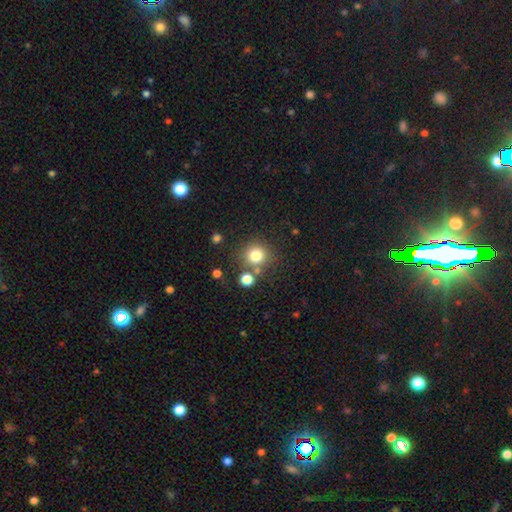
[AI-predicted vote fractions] Smooth or featured? Predicted: smooth (p=0.79). How rounded? Predicted: round (p=0.91). Merging? Predicted: none (p=0.73).